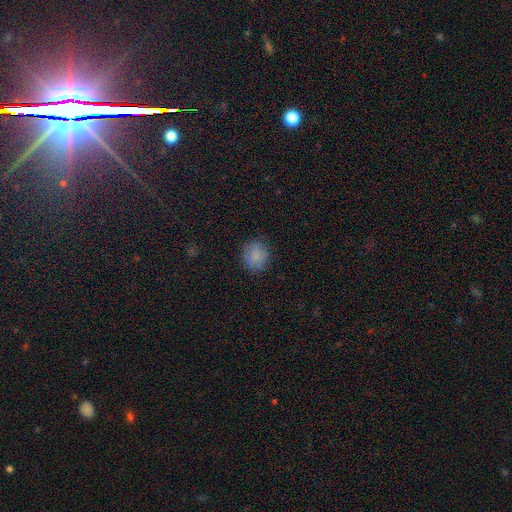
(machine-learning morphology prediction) Overall: smooth (81%). How rounded: round (74%). Merging: none (80%).